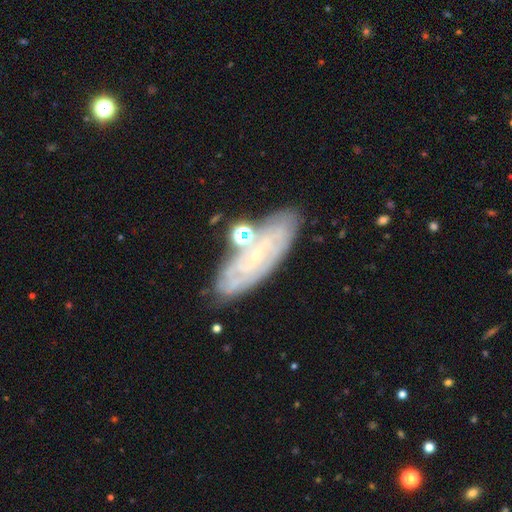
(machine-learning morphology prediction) A featured or disk galaxy (66%) with no bar (60%), spiral arms (75%) and a small central bulge (75%). Merging: none (69%).